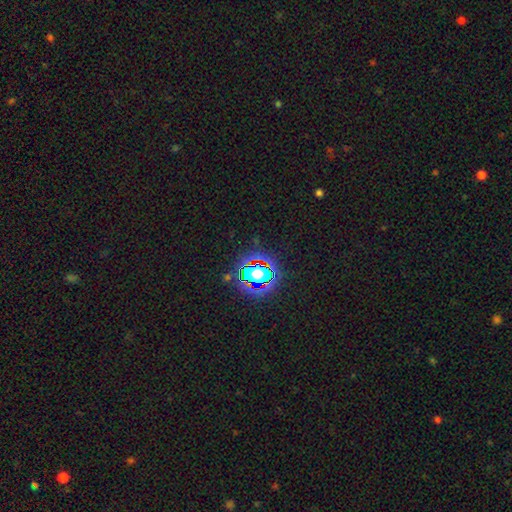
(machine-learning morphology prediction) smooth_or_featured: star or artifact (p=0.80) [alt: smooth p=0.12]